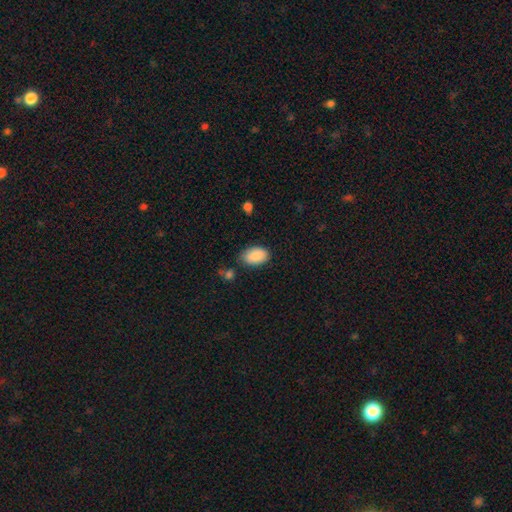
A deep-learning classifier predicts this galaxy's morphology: A smooth galaxy with no disk features (89%) that is in between round and cigar-shaped (92%).

Vote fractions:
- Smooth or featured? smooth: 89% / star or artifact: 7% / featured or disk: 4%
- How rounded? in between: 92% / round: 7% / cigar-shaped: 1%
- Merging? none: 75% / minor disturbance: 18% / major disturbance: 4% / merger: 3%